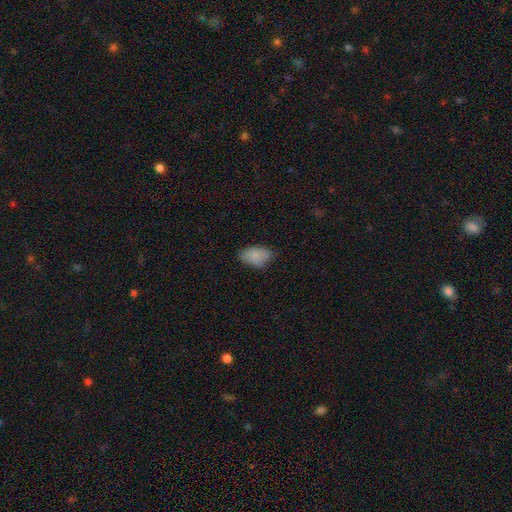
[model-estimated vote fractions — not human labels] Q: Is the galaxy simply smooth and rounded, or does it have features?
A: smooth — 84%.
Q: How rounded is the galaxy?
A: in between — 91%.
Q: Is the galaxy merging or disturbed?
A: none — 70%.